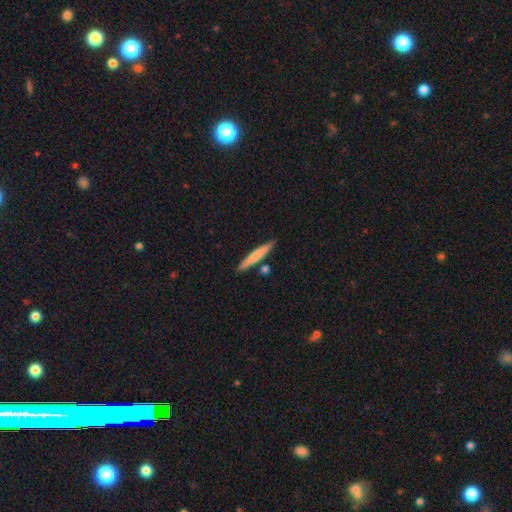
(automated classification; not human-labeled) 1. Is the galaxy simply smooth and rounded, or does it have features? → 70% smooth, 24% featured or disk, 5% star or artifact.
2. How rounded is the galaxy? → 95% cigar-shaped, 4% in between, 1% round.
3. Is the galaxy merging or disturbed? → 84% none, 9% minor disturbance, 6% merger, 2% major disturbance.